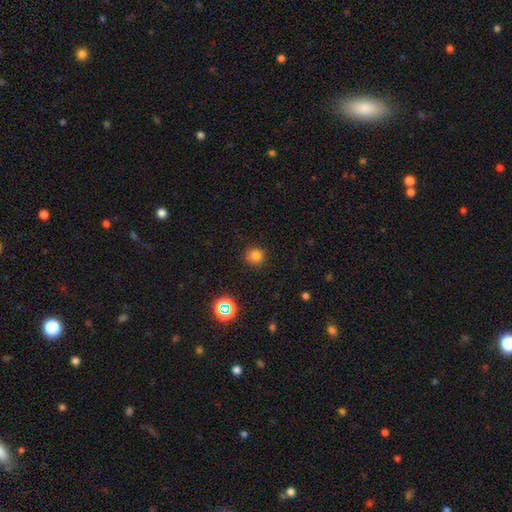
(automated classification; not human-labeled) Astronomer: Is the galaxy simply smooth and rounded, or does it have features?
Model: smooth — 77%.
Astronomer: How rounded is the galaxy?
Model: round — 92%.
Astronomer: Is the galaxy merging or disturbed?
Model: none — 89%.